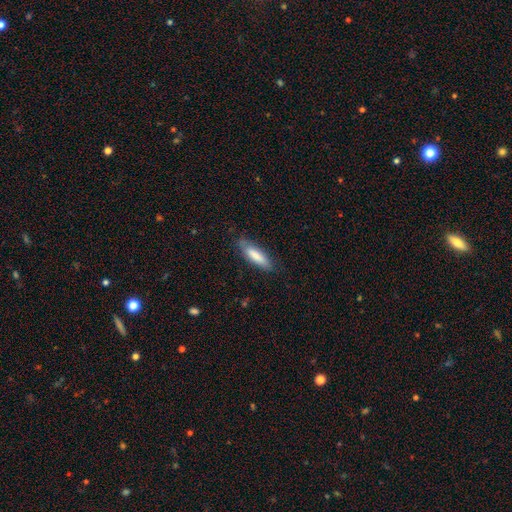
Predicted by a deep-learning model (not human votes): smooth 80%, featured or disk 14%, star or artifact 6%. Down the decision tree: how rounded — cigar-shaped (60%); merging — none (79%).